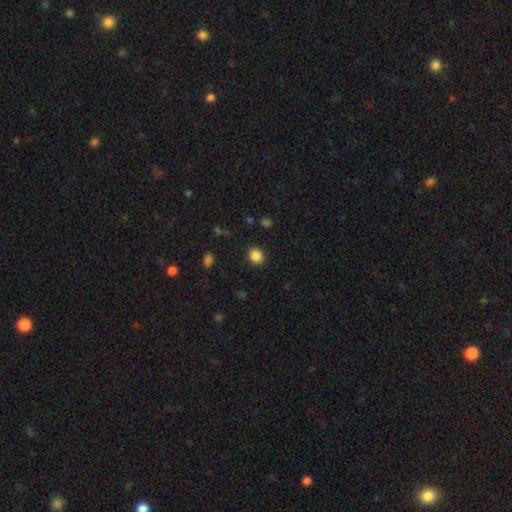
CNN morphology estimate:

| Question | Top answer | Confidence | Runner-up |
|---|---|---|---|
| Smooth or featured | smooth | 86% | star or artifact (10%) |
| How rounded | round | 78% | in between (21%) |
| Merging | none | 89% | minor disturbance (7%) |